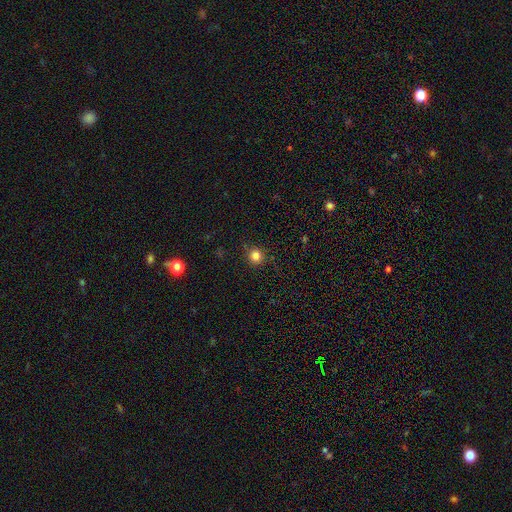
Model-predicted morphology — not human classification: This is clearly a smooth galaxy (83%). How rounded: clearly round (93%). Merging: clearly none (88%).